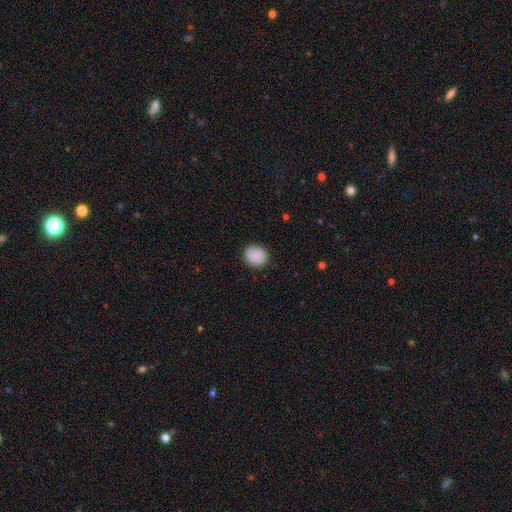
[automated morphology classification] smooth 83%, featured or disk 9%, star or artifact 7%. Down the decision tree: how rounded — round (79%); merging — none (85%).